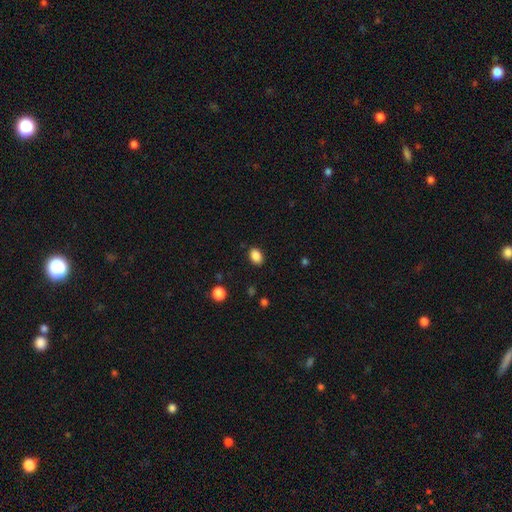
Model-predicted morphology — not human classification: Overall: smooth (87%). How rounded: in between (77%). Merging: none (87%).